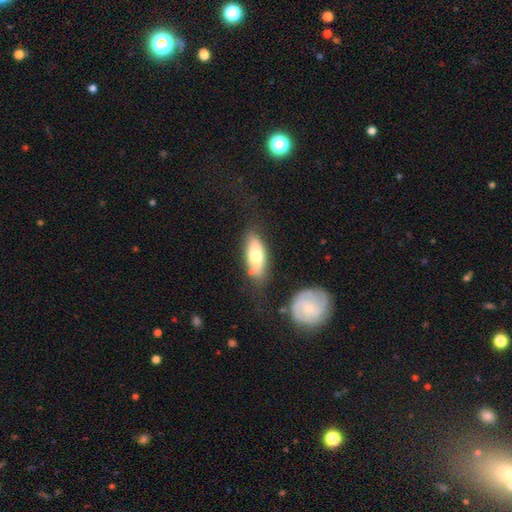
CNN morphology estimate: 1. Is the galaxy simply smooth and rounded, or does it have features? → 66% smooth, 28% featured or disk, 6% star or artifact.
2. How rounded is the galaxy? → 76% in between, 21% cigar-shaped, 3% round.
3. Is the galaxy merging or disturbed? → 68% none, 19% minor disturbance, 7% merger, 5% major disturbance.